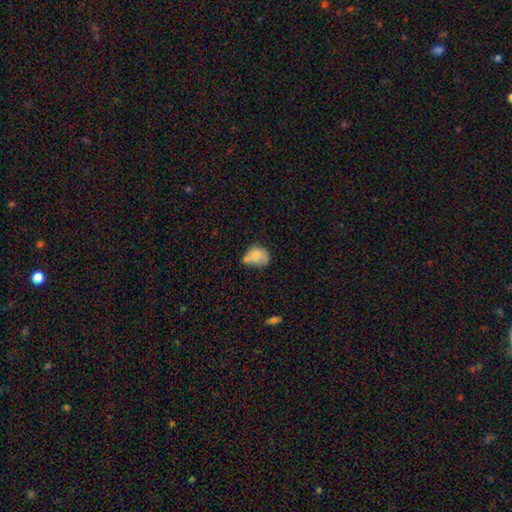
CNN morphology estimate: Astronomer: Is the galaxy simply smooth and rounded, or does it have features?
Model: smooth — 76%.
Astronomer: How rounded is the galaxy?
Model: round — 53% (runner-up: in between, 46%).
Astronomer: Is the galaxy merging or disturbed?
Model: none — 33% (runner-up: minor disturbance, 31%).